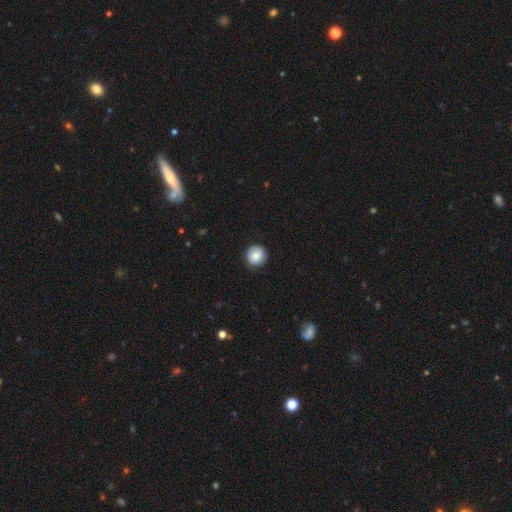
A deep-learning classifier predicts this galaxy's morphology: smooth 82%, featured or disk 10%, star or artifact 8%. Down the decision tree: how rounded — round (94%); merging — none (87%).